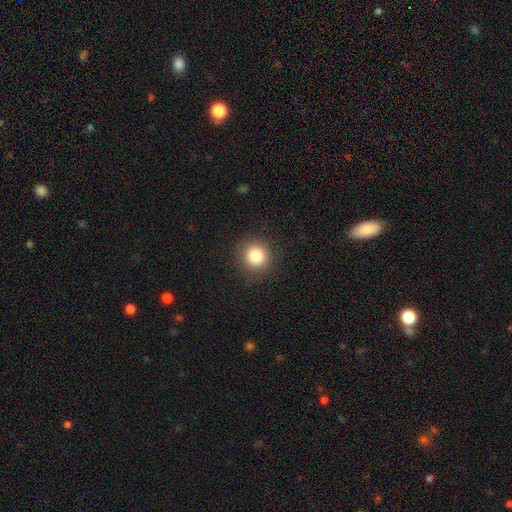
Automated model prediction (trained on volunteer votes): A smooth galaxy with no disk features (83%) that is round (93%). Merging: none (89%).